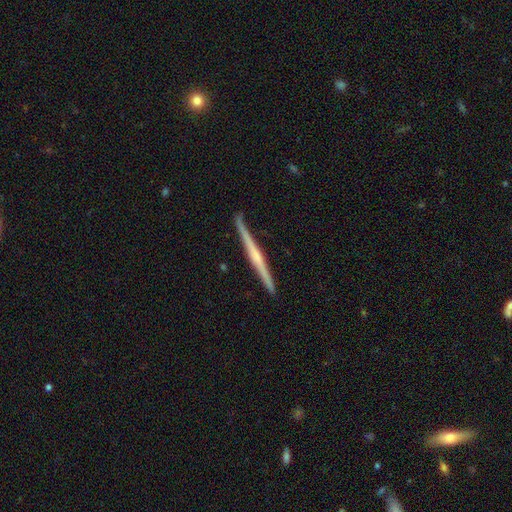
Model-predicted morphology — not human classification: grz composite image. It shows a featured or disk galaxy (74%) viewed edge-on (98%) with a rounded central bulge (49%). Merging: none (91%).